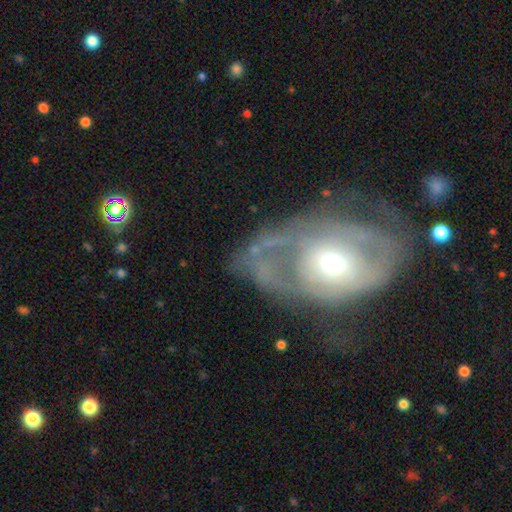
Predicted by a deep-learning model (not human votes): Smooth or featured? featured or disk (57%)
Edge-on disk? no (93%)
Bar? no (77%)
Spiral arms? no (60%)
Bulge size? moderate (60%)
Merging? major disturbance (44%)